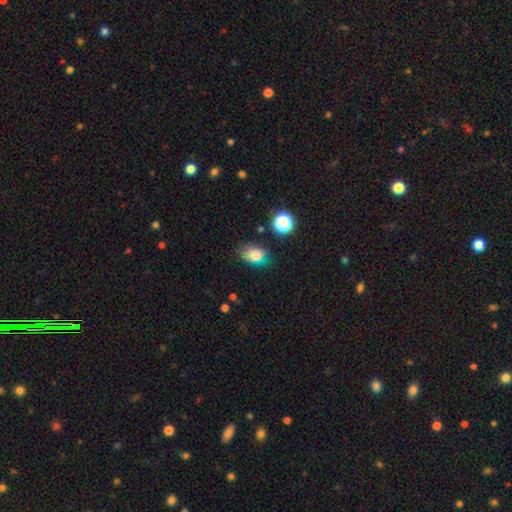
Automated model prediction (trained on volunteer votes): Morphology: type=smooth (74%); roundness=in between (79%); merging=none (72%).